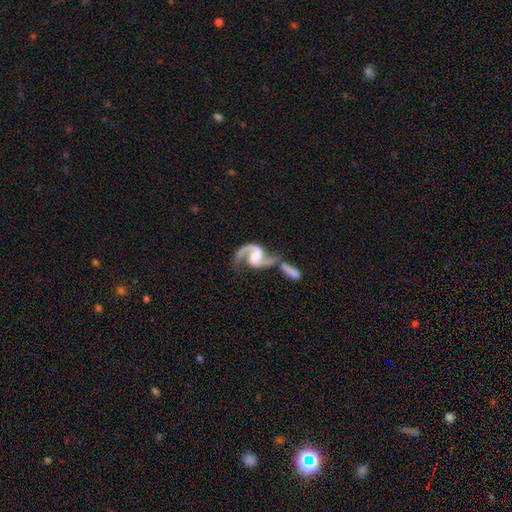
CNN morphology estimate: This is clearly a featured or disk galaxy (90%). It is clearly not viewed edge-on (98%). Bar: marginally weak (45%). Spiral arm pattern: clearly yes (97%). Spiral arm count: clearly 2 (84%). Spiral winding: possibly medium (48%). Central bulge: marginally moderate (37%). Merging: possibly merger (48%).